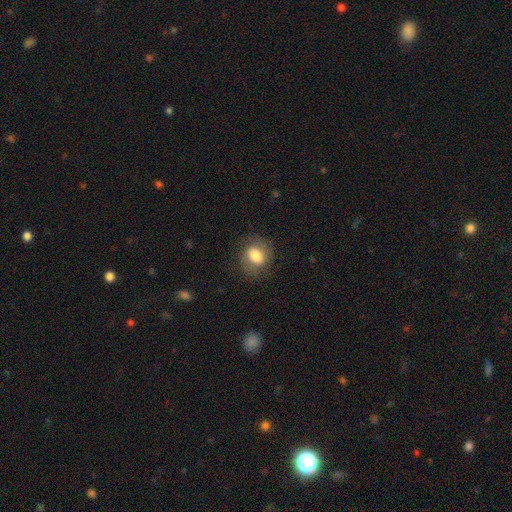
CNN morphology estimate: Smooth or featured? smooth (77%)
How rounded? in between (54%)
Merging? none (77%)